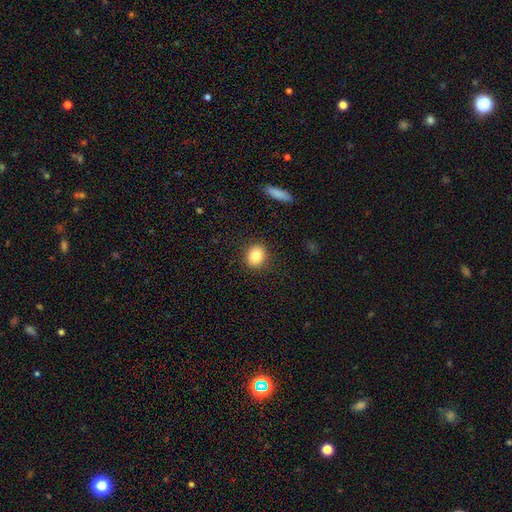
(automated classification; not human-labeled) Morphology: type=smooth (84%); roundness=round (69%); merging=none (88%).